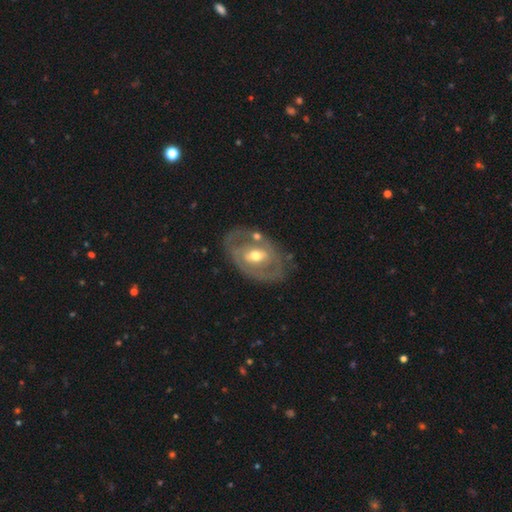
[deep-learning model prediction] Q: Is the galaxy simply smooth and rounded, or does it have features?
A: featured or disk — 70%.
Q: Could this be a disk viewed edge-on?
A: no — 93%.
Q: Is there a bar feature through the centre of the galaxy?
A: no — 40%.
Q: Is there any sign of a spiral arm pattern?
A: no — 58%.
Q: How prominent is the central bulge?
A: moderate — 72%.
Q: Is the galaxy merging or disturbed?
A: none — 67%.